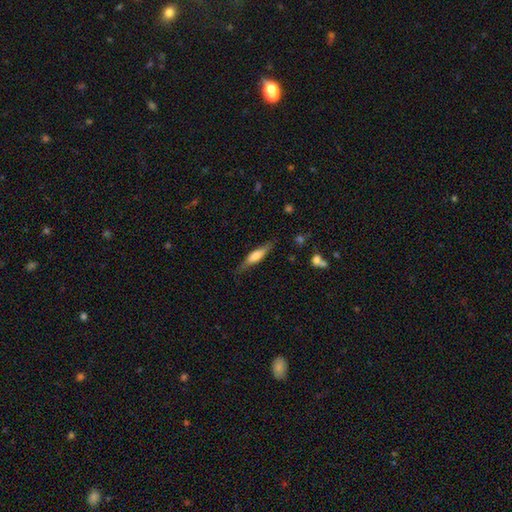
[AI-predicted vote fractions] A smooth galaxy with no disk features (53%) that is cigar-shaped (73%).

Vote fractions:
- Smooth or featured? smooth: 53% / featured or disk: 41% / star or artifact: 6%
- How rounded? cigar-shaped: 73% / in between: 25% / round: 2%
- Merging? none: 78% / minor disturbance: 17% / major disturbance: 4% / merger: 2%